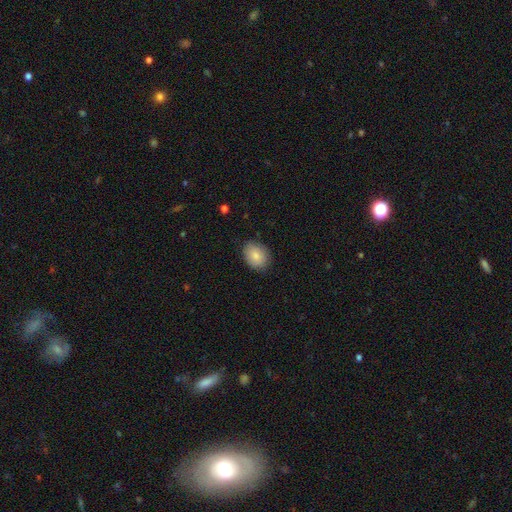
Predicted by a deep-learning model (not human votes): The model was most divided on "how rounded": in between: 62%, round: 37%, cigar-shaped: 1%. More confident: smooth or featured — smooth (83%); merging — none (83%).